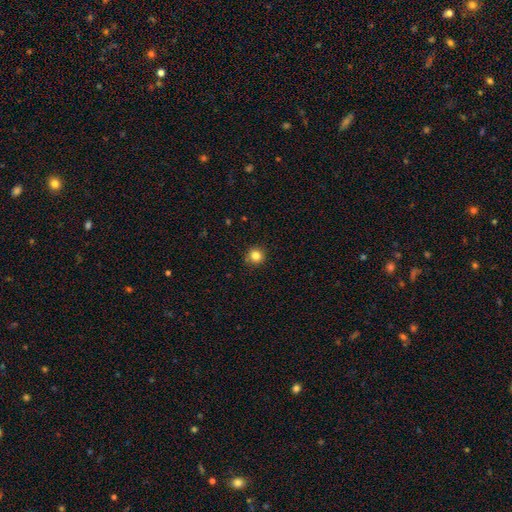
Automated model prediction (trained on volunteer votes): Smooth or featured: smooth — 83% (star or artifact — 12%)
How rounded: round — 94% (in between — 5%)
Merging: none — 90% (minor disturbance — 7%)